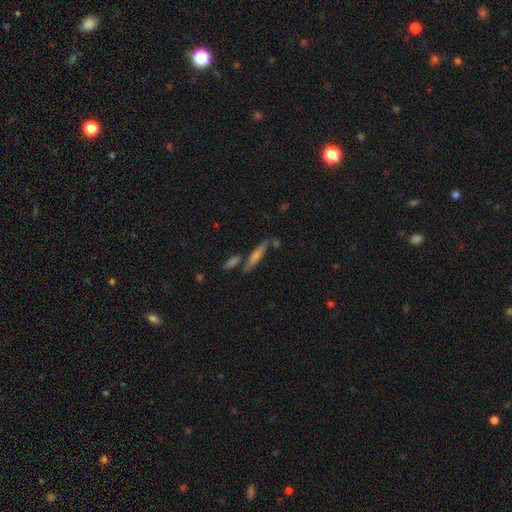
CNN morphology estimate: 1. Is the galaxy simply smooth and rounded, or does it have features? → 54% featured or disk, 35% smooth, 10% star or artifact.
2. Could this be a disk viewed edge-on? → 88% yes, 12% no.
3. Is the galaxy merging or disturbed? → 70% none, 13% merger, 13% minor disturbance, 4% major disturbance.